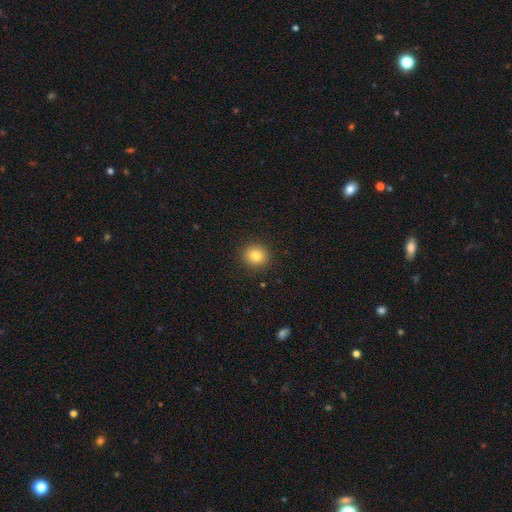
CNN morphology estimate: A smooth galaxy with no disk features (81%) that is round (87%).

Vote fractions:
- Smooth or featured? smooth: 81% / star or artifact: 11% / featured or disk: 7%
- How rounded? round: 87% / in between: 12% / cigar-shaped: 1%
- Merging? none: 91% / minor disturbance: 6% / major disturbance: 2% / merger: 1%